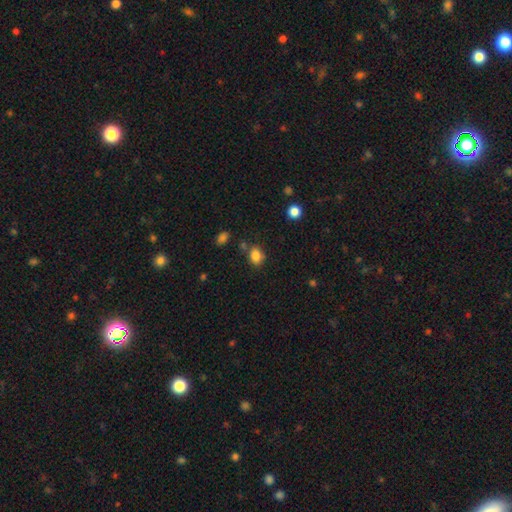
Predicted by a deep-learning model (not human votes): Q: Smooth or featured?
A: smooth (84%); runner-up: star or artifact (11%)
Q: How rounded?
A: in between (59%); runner-up: round (40%)
Q: Merging?
A: none (73%); runner-up: minor disturbance (15%)